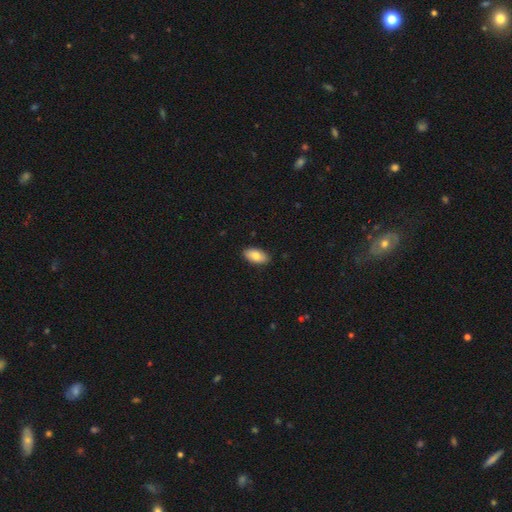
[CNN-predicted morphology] Smooth or featured?
  - smooth: 80% *
  - featured or disk: 14%
  - star or artifact: 6%
How rounded?
  - in between: 94% *
  - cigar-shaped: 3%
  - round: 3%
Merging?
  - none: 88% *
  - minor disturbance: 9%
  - major disturbance: 2%
  - merger: 1%